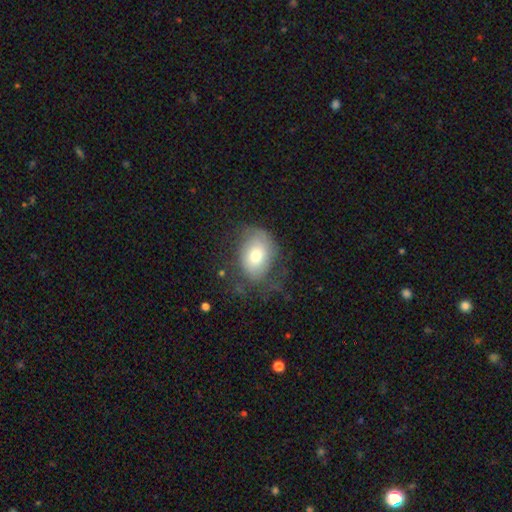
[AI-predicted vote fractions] smooth 66%, featured or disk 26%, star or artifact 8%. Down the decision tree: how rounded — in between (73%); merging — none (54%).